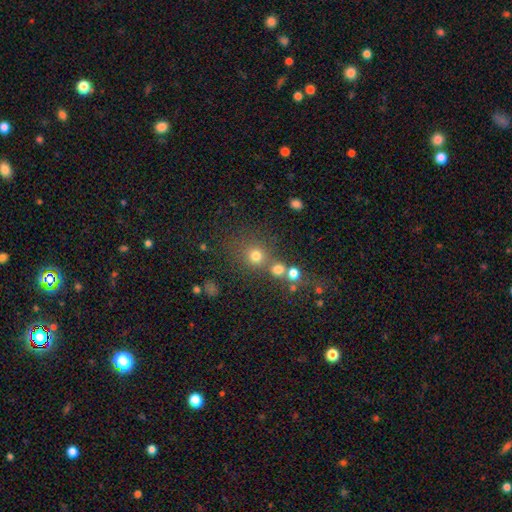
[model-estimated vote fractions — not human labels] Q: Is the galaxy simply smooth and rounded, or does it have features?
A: smooth — 74%.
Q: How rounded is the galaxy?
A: round — 88%.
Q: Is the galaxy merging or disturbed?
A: none — 62%.